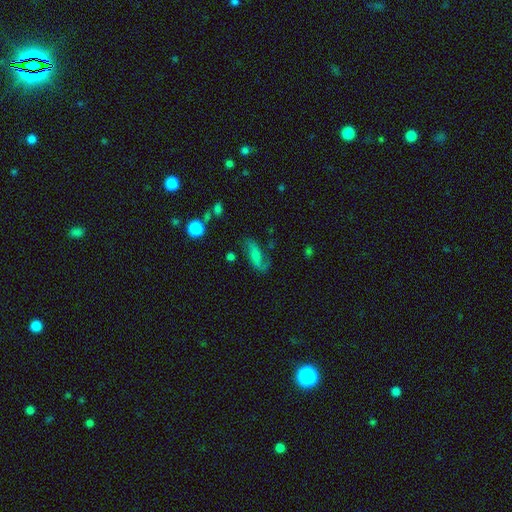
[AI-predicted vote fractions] A featured or disk galaxy (61%) with no bar (46%), 2 (85%) loose (73%) spiral arms (90%) and no central bulge (41%). Merging: none (62%).